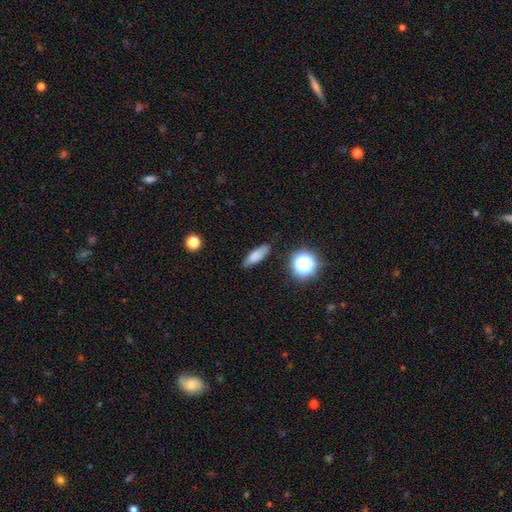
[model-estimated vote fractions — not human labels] Smooth or featured: smooth — 78% (featured or disk — 12%)
How rounded: in between — 57% (cigar-shaped — 37%)
Merging: none — 79% (minor disturbance — 15%)